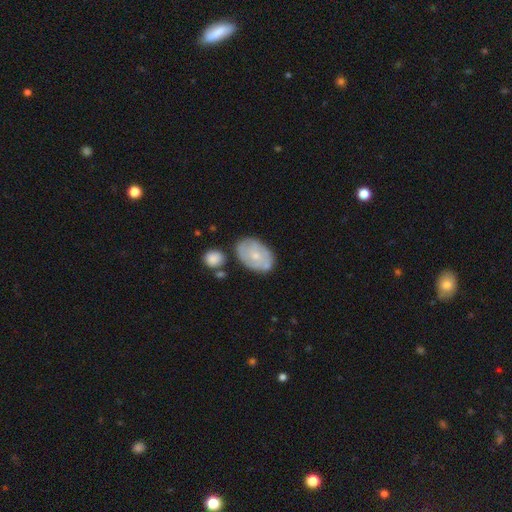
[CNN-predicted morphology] smooth_or_featured: featured or disk (p=0.48) [alt: smooth p=0.46]
merging: none (p=0.64) [alt: minor disturbance p=0.21]